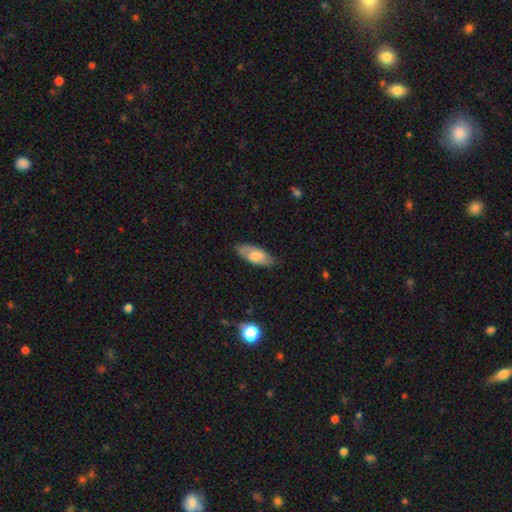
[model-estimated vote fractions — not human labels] Smooth or featured?
  - smooth: 71% *
  - featured or disk: 22%
  - star or artifact: 6%
How rounded?
  - in between: 84% *
  - cigar-shaped: 14%
  - round: 2%
Merging?
  - none: 75% *
  - minor disturbance: 20%
  - major disturbance: 4%
  - merger: 1%